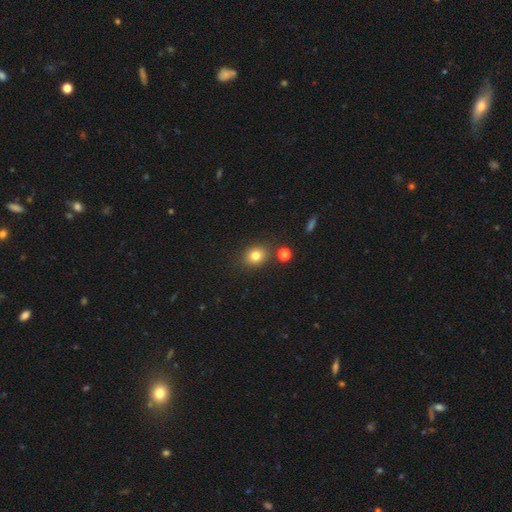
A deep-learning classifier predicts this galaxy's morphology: smooth_or_featured: smooth (p=0.80) [alt: star or artifact p=0.12]
how_rounded: round (p=0.57) [alt: in between p=0.42]
merging: none (p=0.81) [alt: minor disturbance p=0.10]